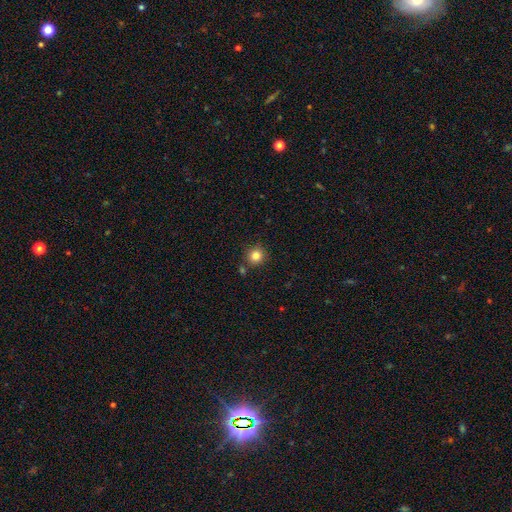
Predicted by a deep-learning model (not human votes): Smooth or featured? smooth (82%)
How rounded? round (93%)
Merging? none (83%)